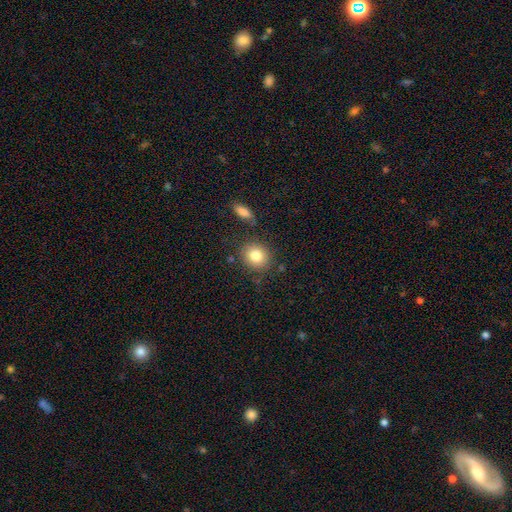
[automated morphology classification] Overall: smooth (83%). How rounded: round (76%). Merging: none (81%).